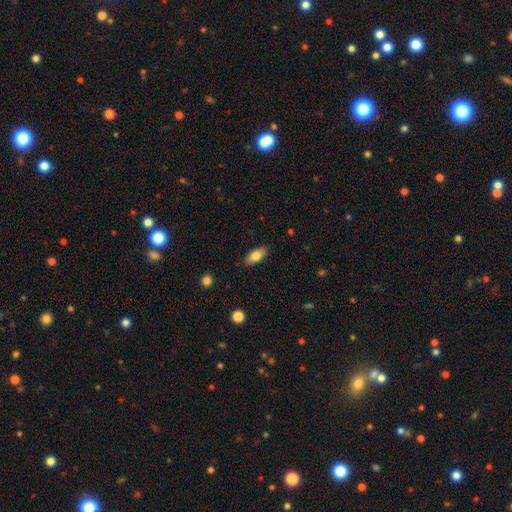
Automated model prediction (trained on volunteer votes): Overall: smooth (79%). How rounded: in between (87%). Merging: none (86%).